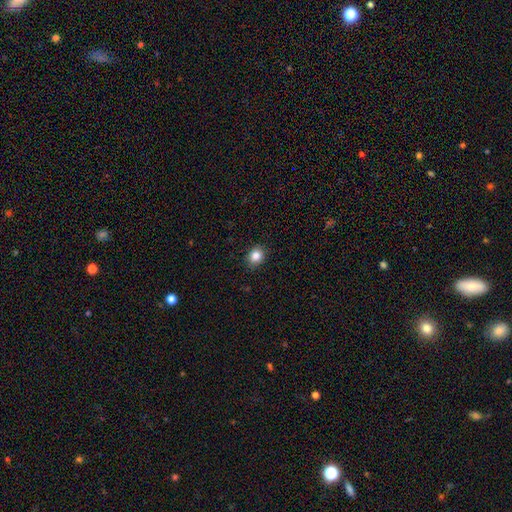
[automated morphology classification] Smooth or featured? smooth (85%)
How rounded? round (68%)
Merging? none (89%)